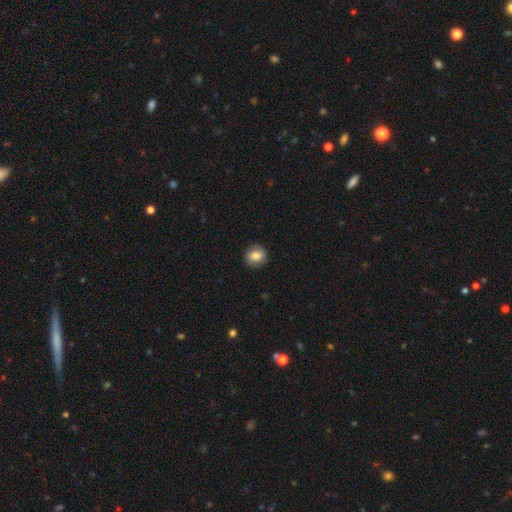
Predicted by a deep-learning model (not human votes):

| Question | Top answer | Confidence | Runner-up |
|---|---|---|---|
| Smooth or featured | smooth | 82% | featured or disk (10%) |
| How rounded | round | 71% | in between (28%) |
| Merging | none | 85% | minor disturbance (11%) |